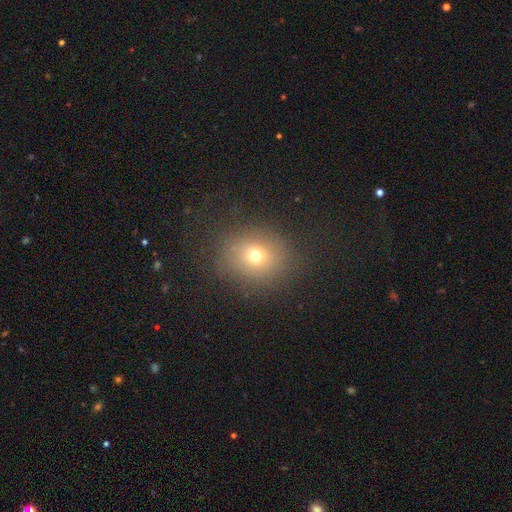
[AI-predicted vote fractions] smooth 68%, star or artifact 19%, featured or disk 13%. Down the decision tree: how rounded — round (78%); merging — none (81%).